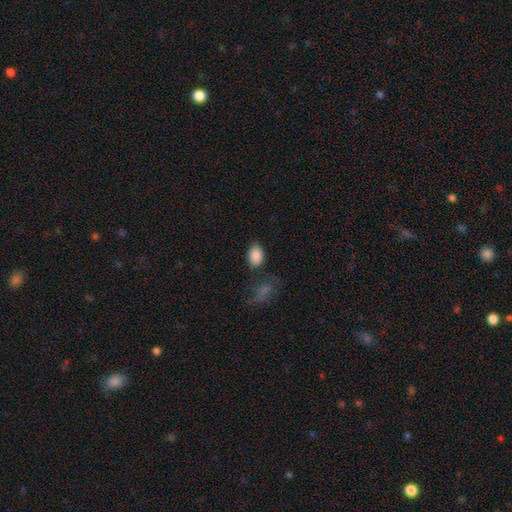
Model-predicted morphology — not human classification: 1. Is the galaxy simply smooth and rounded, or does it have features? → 87% smooth, 8% star or artifact, 5% featured or disk.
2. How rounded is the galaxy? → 83% in between, 15% round, 1% cigar-shaped.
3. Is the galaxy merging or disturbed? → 66% none, 20% minor disturbance, 7% merger, 6% major disturbance.